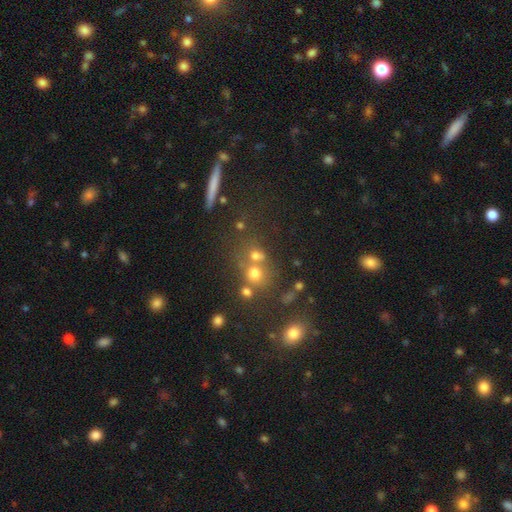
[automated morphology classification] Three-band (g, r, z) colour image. It shows a smooth galaxy with no disk features (65%) that is round (76%). Merging: none (48%).